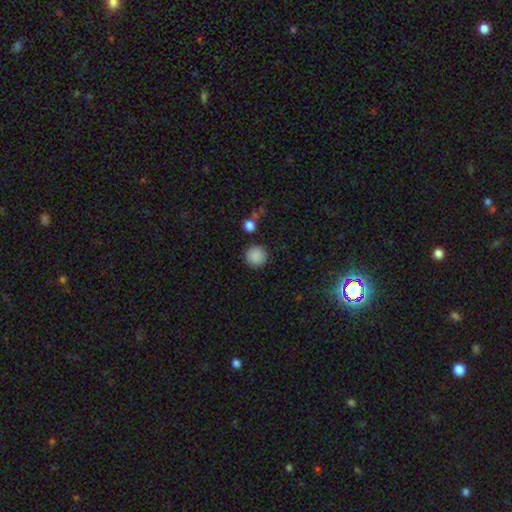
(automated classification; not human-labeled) smooth-or-featured: smooth: 88% | star or artifact: 9% | featured or disk: 3%
  how-rounded: round: 95% | in between: 4% | cigar-shaped: 1%
  merging: none: 89% | minor disturbance: 6% | merger: 3% | major disturbance: 2%